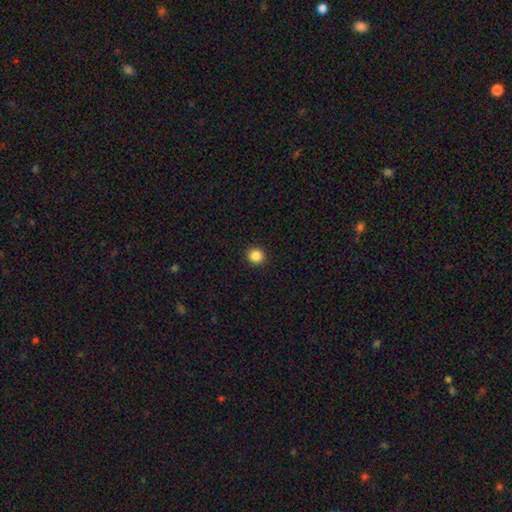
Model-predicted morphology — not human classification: Smooth or featured? Predicted: smooth (p=0.87). How rounded? Predicted: round (p=0.92). Merging? Predicted: none (p=0.93).